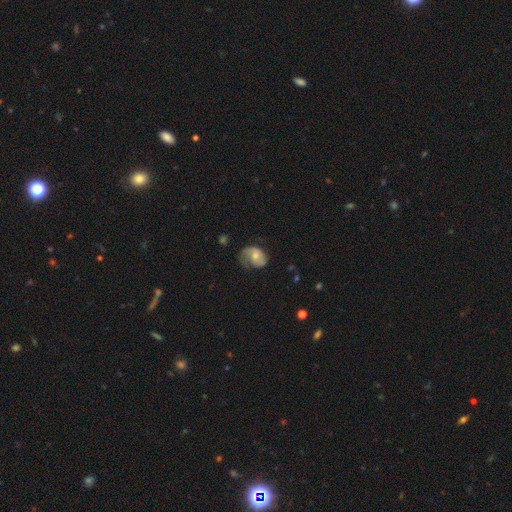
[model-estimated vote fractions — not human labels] smooth_or_featured: featured or disk (p=0.51) [alt: smooth p=0.42]
disk_edge_on: no (p=0.97) [alt: yes p=0.03]
merging: none (p=0.39) [alt: minor disturbance p=0.31]